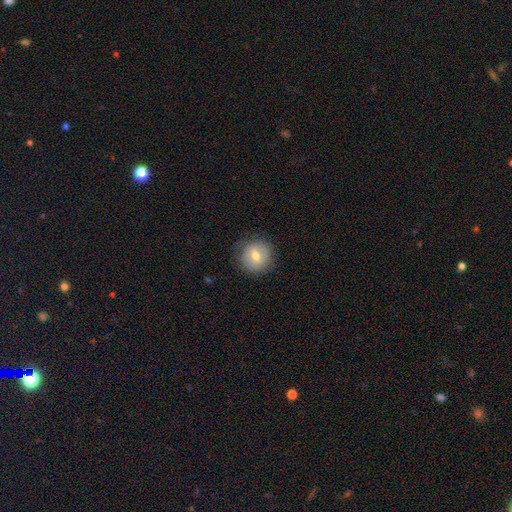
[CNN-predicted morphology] Smooth or featured? smooth (66%)
How rounded? round (91%)
Merging? none (82%)